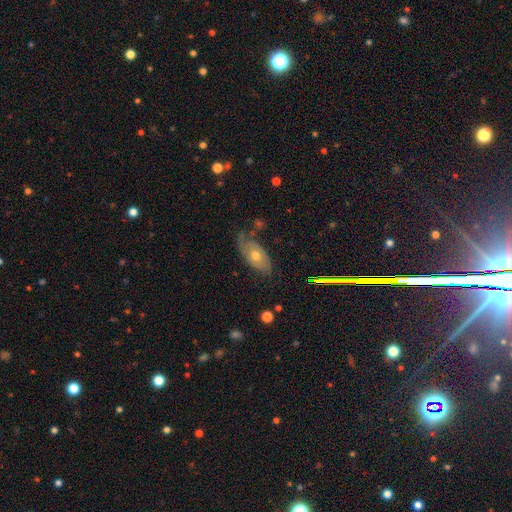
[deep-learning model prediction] smooth-or-featured: featured or disk: 59% | smooth: 32% | star or artifact: 9%
  disk-edge-on: no: 86% | yes: 14%
    bar: no: 84% | weak: 13% | strong: 3%
    has-spiral-arms: yes: 67% | no: 33%
    bulge-size: moderate: 73% | small: 22% | large: 4% | none: 1% | dominant: 1%
  merging: none: 55% | minor disturbance: 29% | major disturbance: 13% | merger: 4%